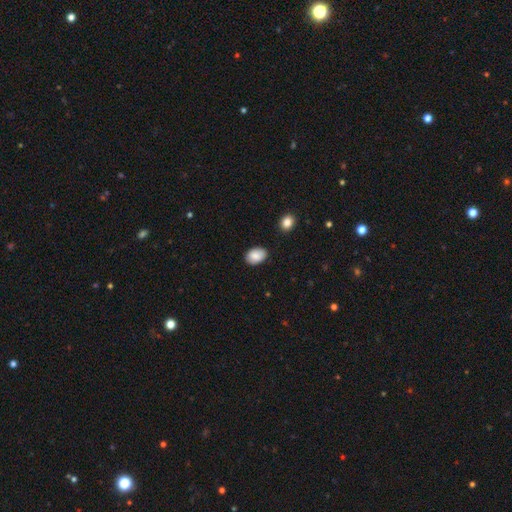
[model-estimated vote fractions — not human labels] smooth-or-featured: smooth: 86% | star or artifact: 7% | featured or disk: 7%
  how-rounded: in between: 82% | round: 17% | cigar-shaped: 1%
  merging: none: 83% | minor disturbance: 13% | major disturbance: 2% | merger: 2%